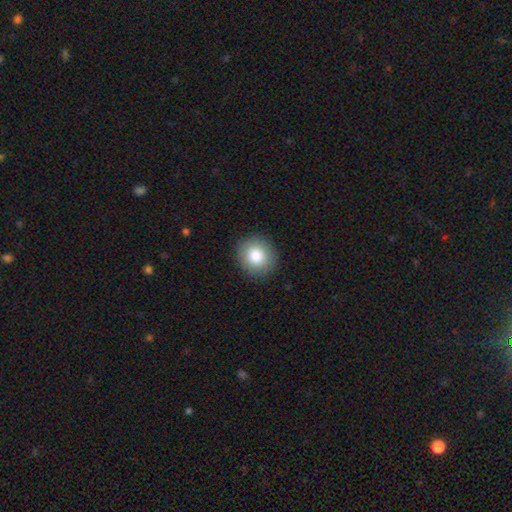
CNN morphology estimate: Smooth or featured?
  - smooth: 83% *
  - star or artifact: 9%
  - featured or disk: 8%
How rounded?
  - round: 91% *
  - in between: 8%
  - cigar-shaped: 1%
Merging?
  - none: 91% *
  - minor disturbance: 6%
  - major disturbance: 2%
  - merger: 1%